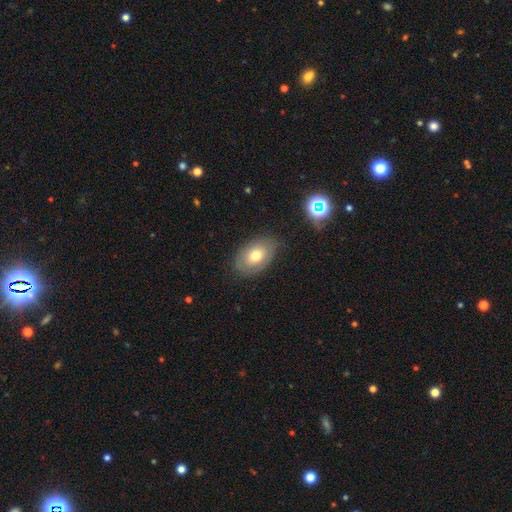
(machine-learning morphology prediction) smooth_or_featured: smooth (p=0.68) [alt: featured or disk p=0.23]
how_rounded: in between (p=0.87) [alt: round p=0.11]
merging: none (p=0.78) [alt: minor disturbance p=0.16]